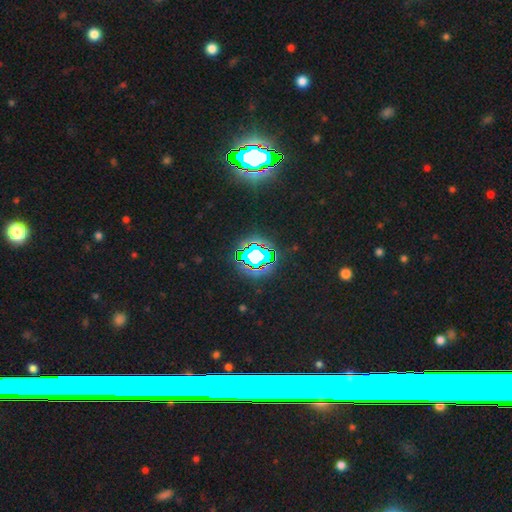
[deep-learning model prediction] Morphology: type=star or artifact (72%).